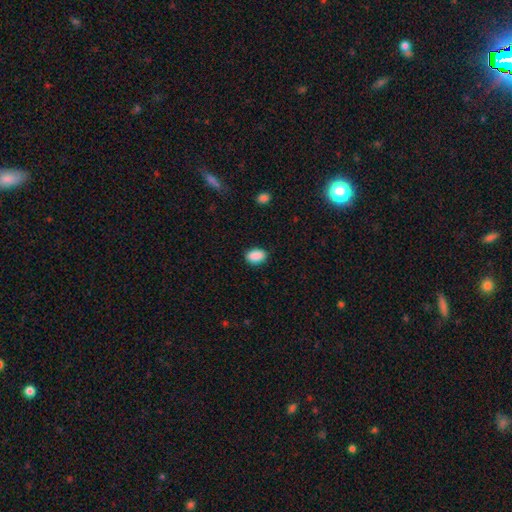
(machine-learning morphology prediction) type=smooth (90%); roundness=in between (89%); merging=none (87%).